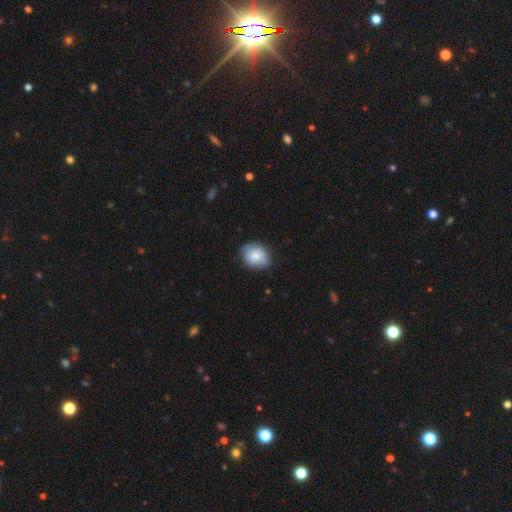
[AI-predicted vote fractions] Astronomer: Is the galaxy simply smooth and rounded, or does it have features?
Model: smooth — 80%.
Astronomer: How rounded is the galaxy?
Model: round — 50% (runner-up: in between, 49%).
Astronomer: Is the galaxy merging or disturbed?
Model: none — 74%.